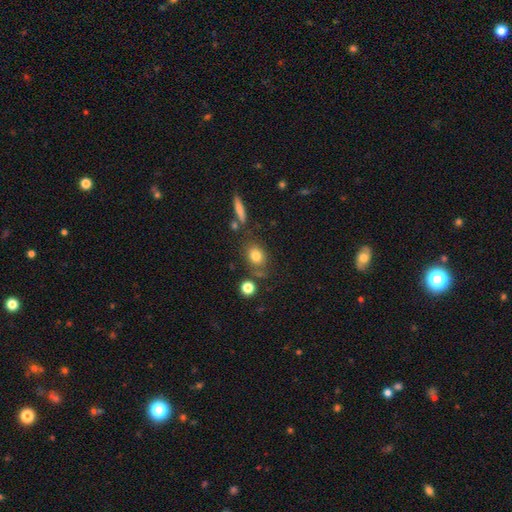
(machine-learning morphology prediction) type=smooth (79%); roundness=in between (50%); merging=none (68%).